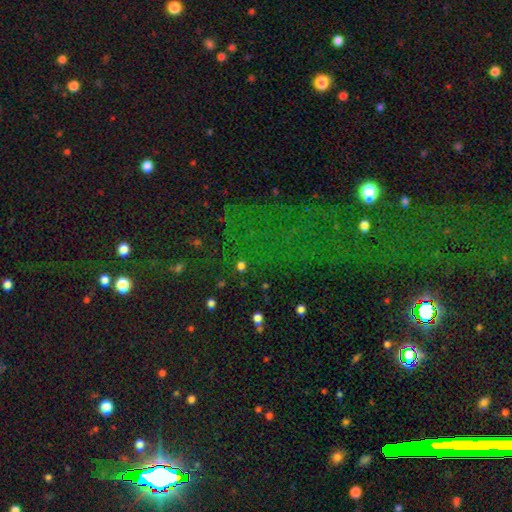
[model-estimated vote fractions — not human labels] Overall: star or artifact (77%).